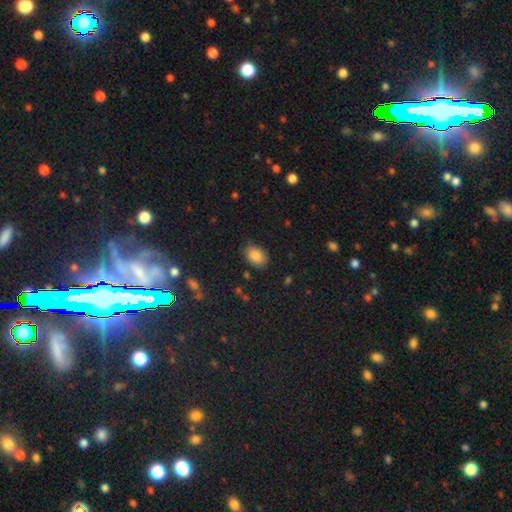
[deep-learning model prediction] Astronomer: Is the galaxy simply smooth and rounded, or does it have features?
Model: smooth — 86%.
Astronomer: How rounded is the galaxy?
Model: in between — 77%.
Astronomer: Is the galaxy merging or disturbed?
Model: none — 81%.